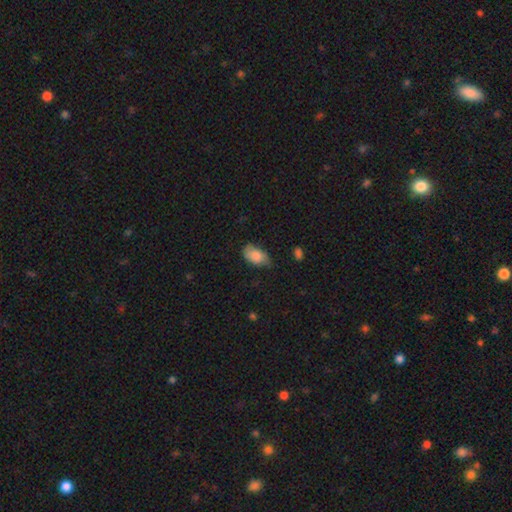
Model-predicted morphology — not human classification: This is clearly a smooth galaxy (80%). How rounded: clearly in between (91%). Merging: possibly none (51%).